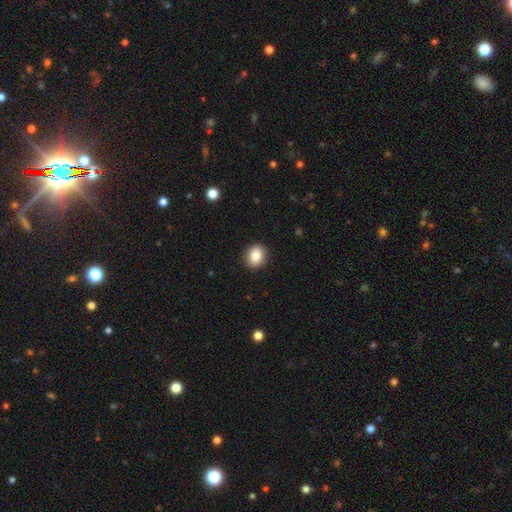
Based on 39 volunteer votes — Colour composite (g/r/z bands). It shows a smooth galaxy with no disk features (82%) that is round (81%). Merging: none (91%).